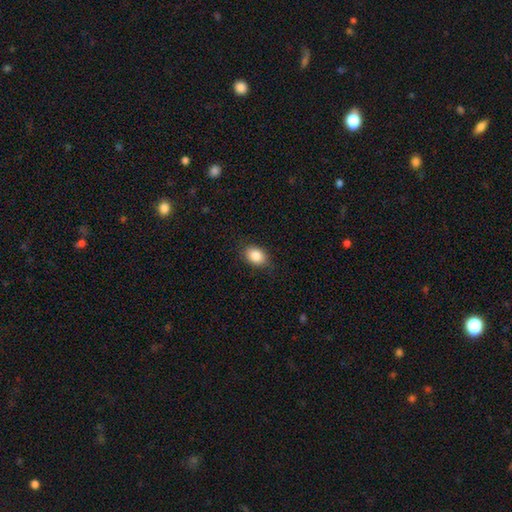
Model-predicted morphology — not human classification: The model was most divided on "how rounded": in between: 77%, round: 22%, cigar-shaped: 1%. More confident: smooth or featured — smooth (86%); merging — none (85%).